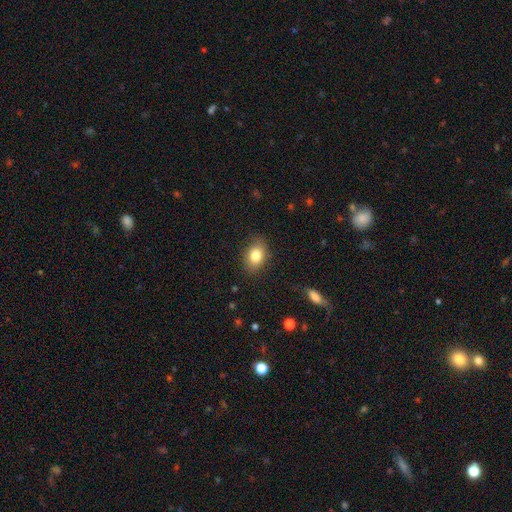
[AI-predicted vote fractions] Q: Smooth or featured?
A: smooth (81%); runner-up: featured or disk (10%)
Q: How rounded?
A: in between (74%); runner-up: round (25%)
Q: Merging?
A: none (83%); runner-up: minor disturbance (13%)